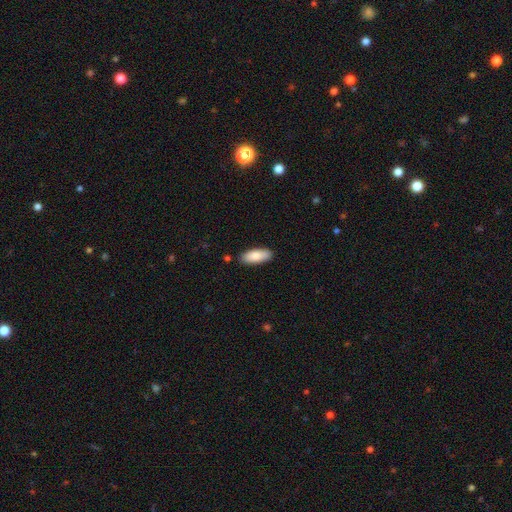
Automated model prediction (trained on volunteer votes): Smooth or featured? Predicted: smooth (p=0.85). How rounded? Predicted: in between (p=0.79). Merging? Predicted: none (p=0.87).